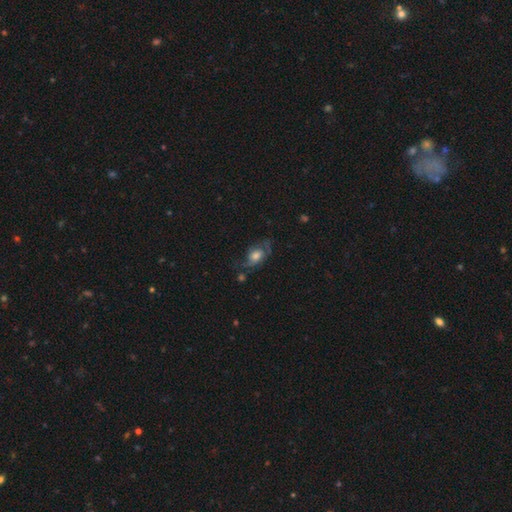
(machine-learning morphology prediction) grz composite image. It shows a featured or disk galaxy (52%). Merging: none (48%).